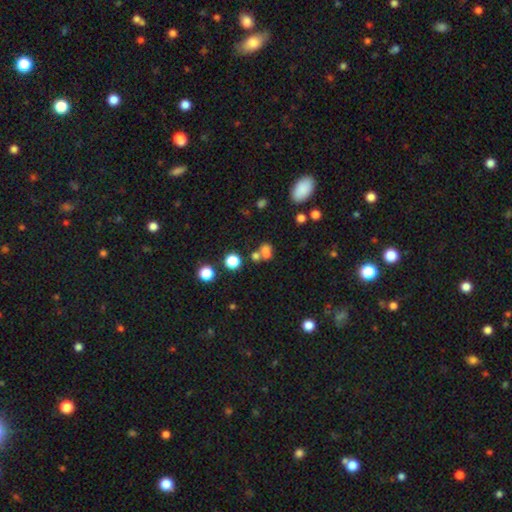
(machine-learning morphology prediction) This is possibly a smooth galaxy (57%). How rounded: likely round (62%). Merging: possibly none (51%).